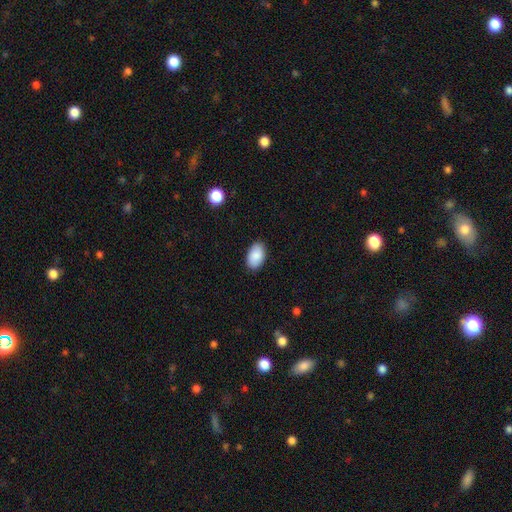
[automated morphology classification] This appears to be a smooth galaxy with no disk features (88%) that is in between round and cigar-shaped (92%). Merging: none (88%).